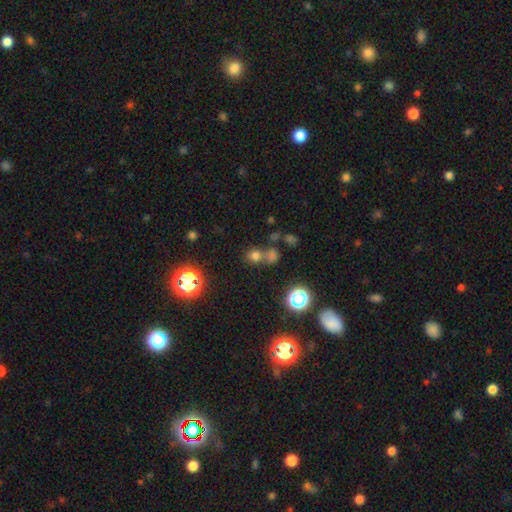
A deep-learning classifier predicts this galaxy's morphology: type=smooth (63%); roundness=round (77%); merging=none (48%).